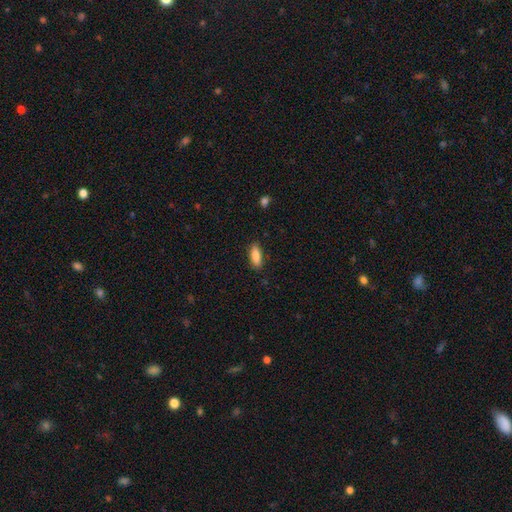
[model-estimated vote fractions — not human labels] The model was most divided on "how rounded": in between: 70%, cigar-shaped: 28%, round: 2%. More confident: merging — none (86%); smooth or featured — smooth (86%).